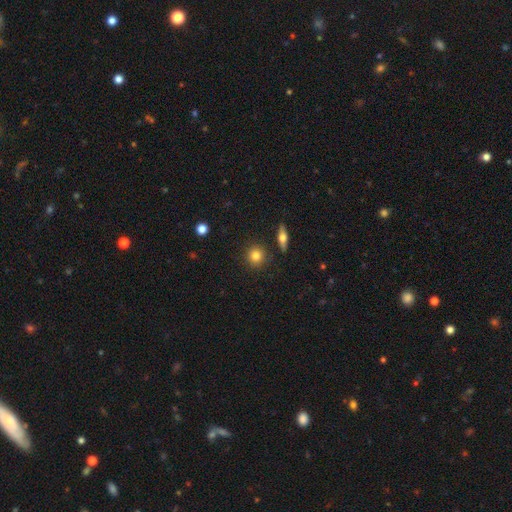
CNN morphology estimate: Q: Smooth or featured?
A: smooth (82%); runner-up: featured or disk (9%)
Q: How rounded?
A: round (88%); runner-up: in between (10%)
Q: Merging?
A: none (88%); runner-up: minor disturbance (7%)